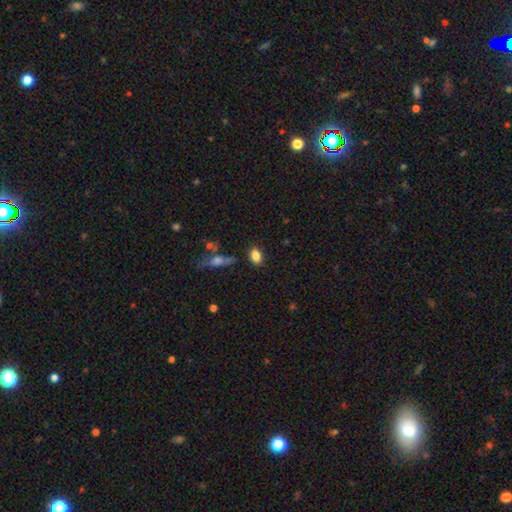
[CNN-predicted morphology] A smooth galaxy with no disk features (84%) that is in between round and cigar-shaped (81%).

Vote fractions:
- Smooth or featured? smooth: 84% / star or artifact: 9% / featured or disk: 7%
- How rounded? in between: 81% / round: 16% / cigar-shaped: 3%
- Merging? none: 82% / minor disturbance: 12% / merger: 3% / major disturbance: 3%